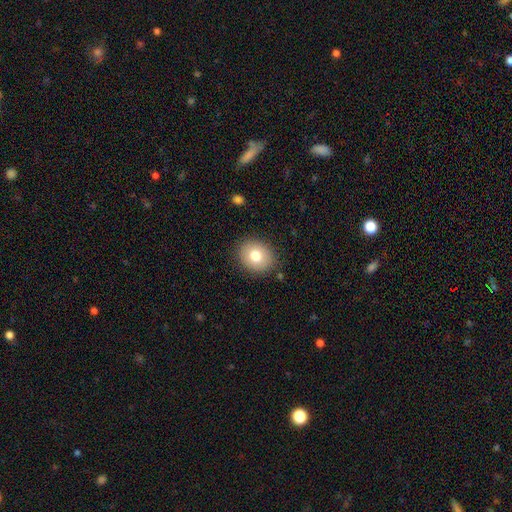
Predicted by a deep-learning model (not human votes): Smooth or featured? smooth (77%)
How rounded? round (65%)
Merging? none (87%)